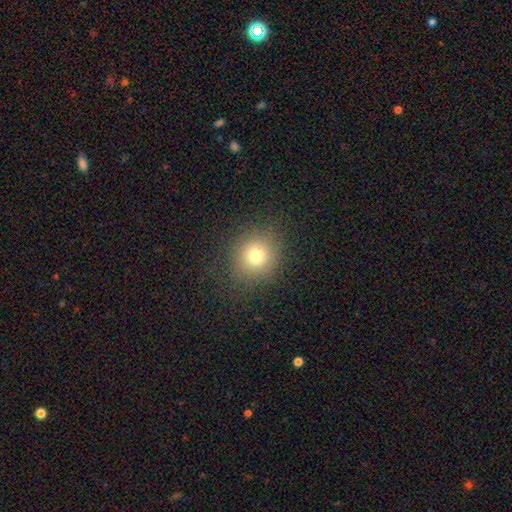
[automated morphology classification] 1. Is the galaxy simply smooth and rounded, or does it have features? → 75% smooth, 15% star or artifact, 10% featured or disk.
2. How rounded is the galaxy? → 86% round, 13% in between, 1% cigar-shaped.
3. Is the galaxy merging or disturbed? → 86% none, 9% minor disturbance, 4% major disturbance, 1% merger.